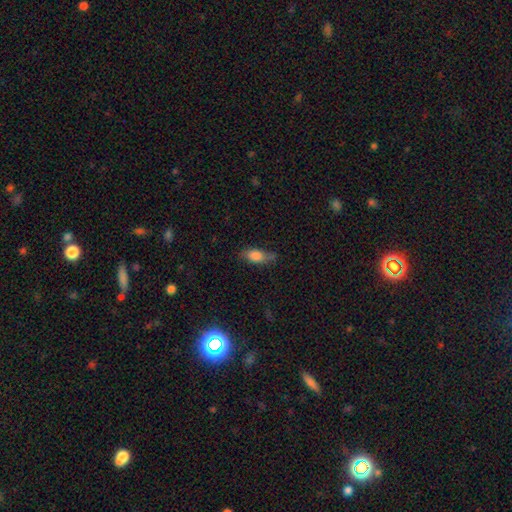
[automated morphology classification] Overall: smooth (78%). How rounded: in between (80%). Merging: none (62%; minor disturbance 28%).